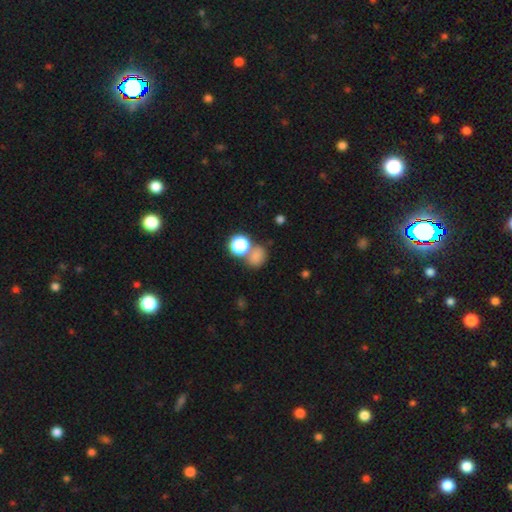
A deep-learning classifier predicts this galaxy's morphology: Overall: smooth (73%). How rounded: round (59%; in between 40%). Merging: none (54%; merger 28%).